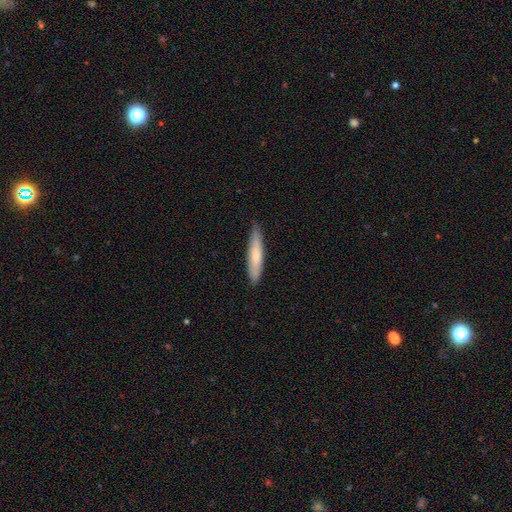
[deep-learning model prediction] smooth 72%, featured or disk 23%, star or artifact 5%. Down the decision tree: how rounded — cigar-shaped (88%); merging — none (87%).